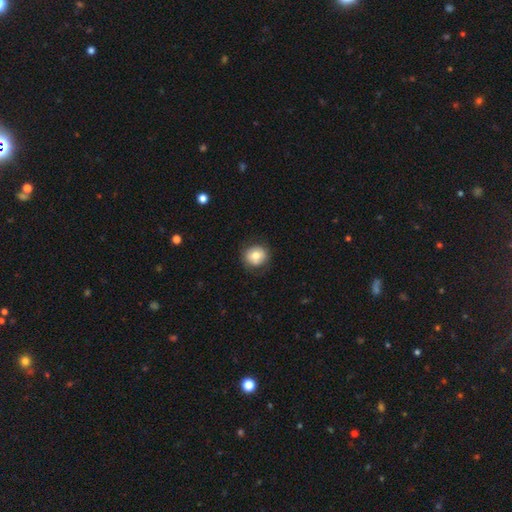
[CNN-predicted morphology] The model was most divided on "smooth or featured": smooth: 71%, featured or disk: 20%, star or artifact: 9%. More confident: how rounded — round (85%); merging — none (81%).